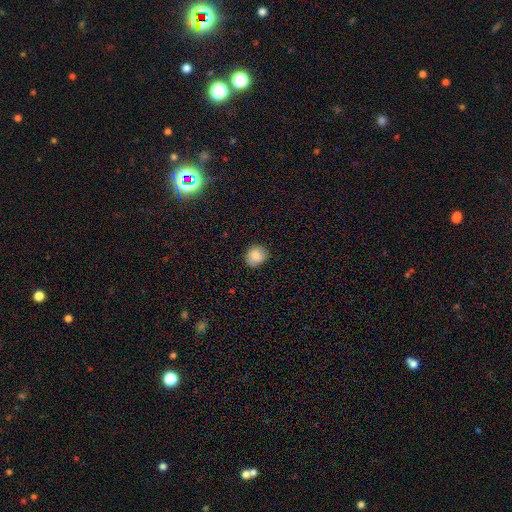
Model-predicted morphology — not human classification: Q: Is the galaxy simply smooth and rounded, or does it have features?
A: smooth — 85%.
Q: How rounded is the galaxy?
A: round — 71%.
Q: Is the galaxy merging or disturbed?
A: none — 80%.